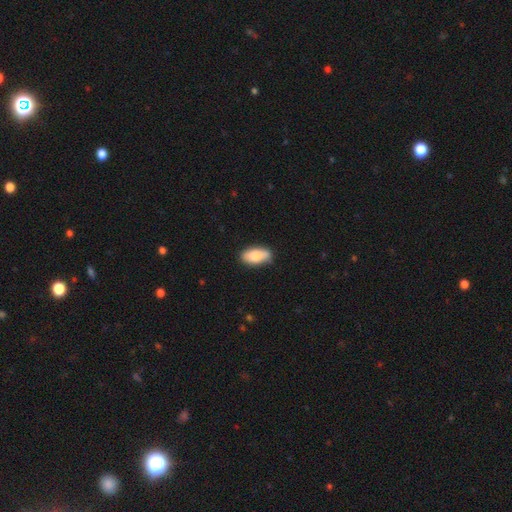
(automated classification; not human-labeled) Q: Smooth or featured?
A: smooth (80%); runner-up: featured or disk (14%)
Q: How rounded?
A: in between (90%); runner-up: cigar-shaped (7%)
Q: Merging?
A: none (77%); runner-up: minor disturbance (17%)